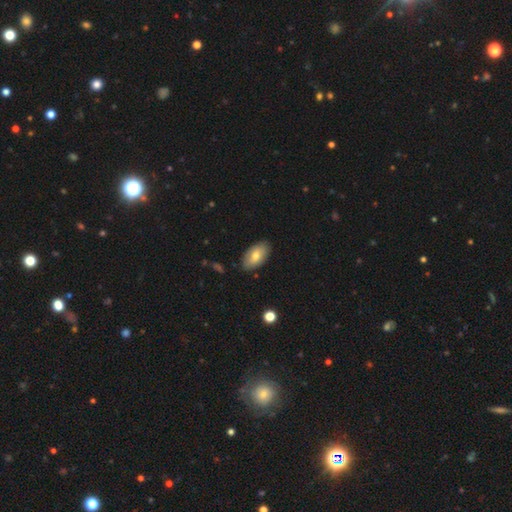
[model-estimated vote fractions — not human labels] smooth 71%, featured or disk 23%, star or artifact 6%. Down the decision tree: how rounded — in between (94%); merging — none (84%).